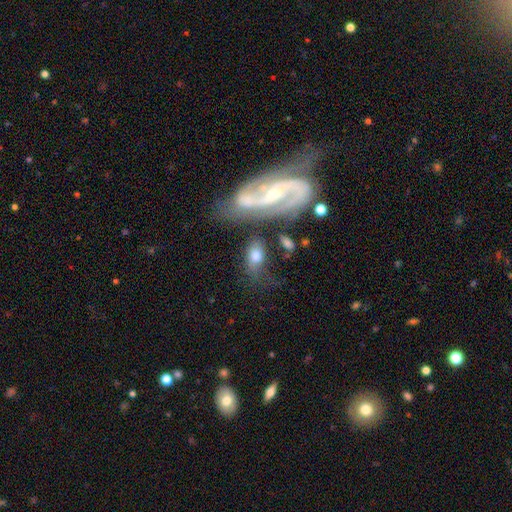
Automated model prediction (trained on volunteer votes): This is possibly a smooth galaxy (59%). How rounded: clearly in between (87%). Merging: possibly none (45%).